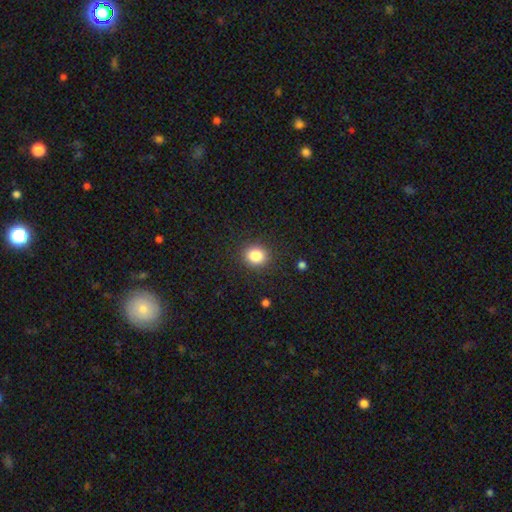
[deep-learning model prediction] Smooth or featured? smooth (84%)
How rounded? round (79%)
Merging? none (89%)